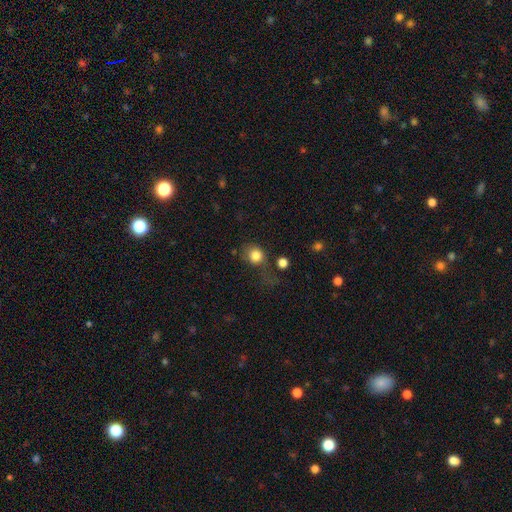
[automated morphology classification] smooth-or-featured: smooth: 81% | star or artifact: 10% | featured or disk: 9%
  how-rounded: round: 76% | in between: 23% | cigar-shaped: 1%
  merging: none: 46% | minor disturbance: 23% | major disturbance: 23% | merger: 8%